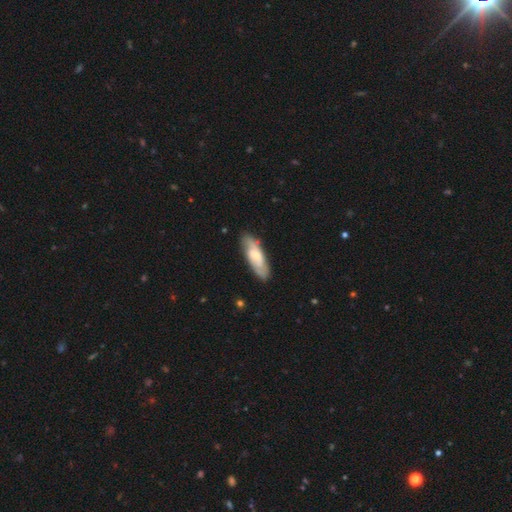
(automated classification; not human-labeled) A featured or disk galaxy (51%).

Vote fractions:
- Smooth or featured? featured or disk: 51% / smooth: 43% / star or artifact: 5%
- Edge-on disk? no: 76% / yes: 24%
- Merging? none: 81% / minor disturbance: 15% / major disturbance: 3% / merger: 2%